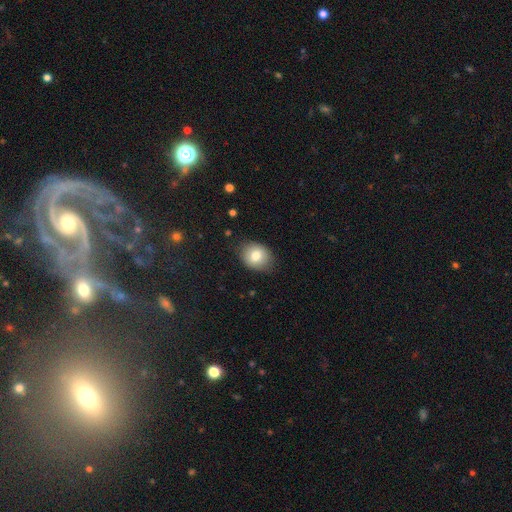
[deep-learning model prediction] smooth_or_featured: smooth (p=0.79) [alt: featured or disk p=0.12]
how_rounded: round (p=0.51) [alt: in between p=0.48]
merging: none (p=0.81) [alt: minor disturbance p=0.15]